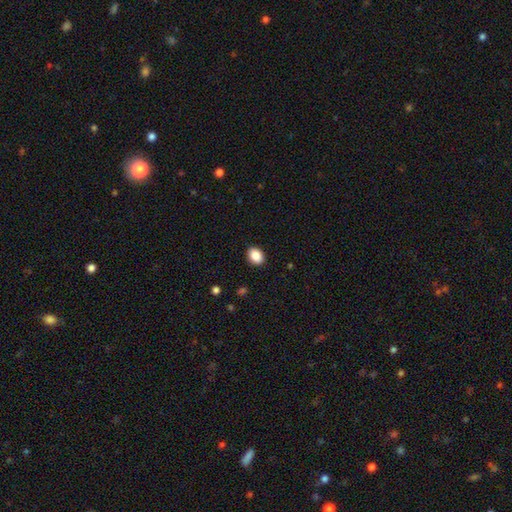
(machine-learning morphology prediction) type=smooth (88%); roundness=in between (68%); merging=none (90%).